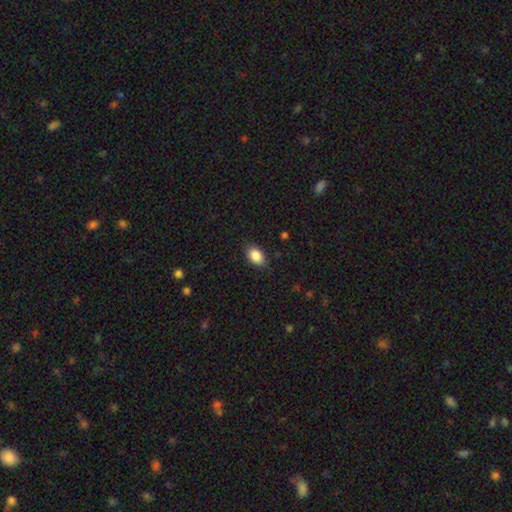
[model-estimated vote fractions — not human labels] A smooth galaxy with no disk features (88%) that is in between round and cigar-shaped (86%).

Vote fractions:
- Smooth or featured? smooth: 88% / star or artifact: 8% / featured or disk: 4%
- How rounded? in between: 86% / round: 13% / cigar-shaped: 1%
- Merging? none: 87% / minor disturbance: 10% / major disturbance: 2% / merger: 1%